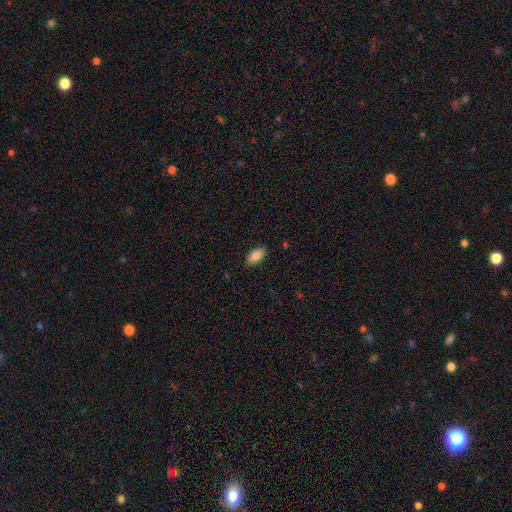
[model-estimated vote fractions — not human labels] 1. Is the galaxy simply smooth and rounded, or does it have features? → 85% smooth, 8% featured or disk, 7% star or artifact.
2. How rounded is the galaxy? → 92% in between, 4% cigar-shaped, 4% round.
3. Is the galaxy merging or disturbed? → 86% none, 11% minor disturbance, 2% major disturbance, 1% merger.